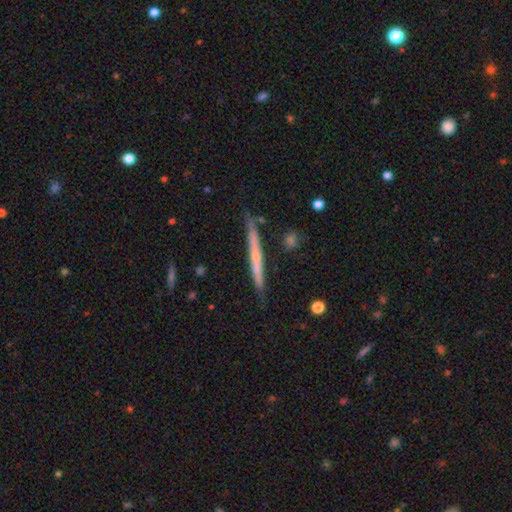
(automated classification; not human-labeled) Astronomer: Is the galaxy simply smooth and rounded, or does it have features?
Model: featured or disk — 60%.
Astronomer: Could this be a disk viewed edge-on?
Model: yes — 97%.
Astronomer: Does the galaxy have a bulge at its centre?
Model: none — 55% (runner-up: rounded, 38%).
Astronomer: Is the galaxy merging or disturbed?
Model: none — 86%.